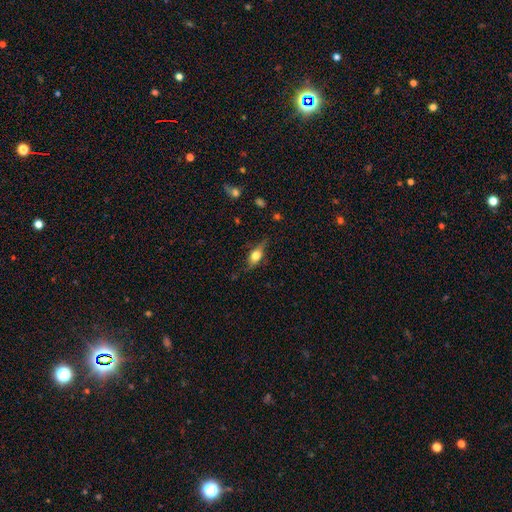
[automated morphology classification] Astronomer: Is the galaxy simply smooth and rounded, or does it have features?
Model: smooth — 54% (runner-up: featured or disk, 37%).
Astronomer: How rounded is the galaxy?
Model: in between — 67%.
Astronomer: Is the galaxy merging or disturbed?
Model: none — 70%.